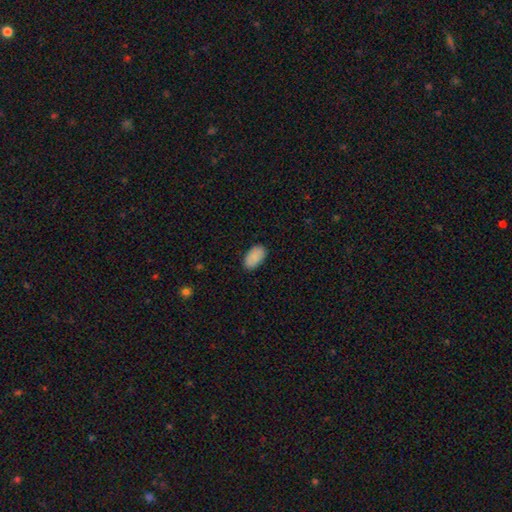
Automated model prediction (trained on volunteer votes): Smooth or featured?
  - smooth: 89% *
  - star or artifact: 6%
  - featured or disk: 4%
How rounded?
  - in between: 95% *
  - round: 4%
  - cigar-shaped: 1%
Merging?
  - none: 87% *
  - minor disturbance: 10%
  - major disturbance: 2%
  - merger: 1%